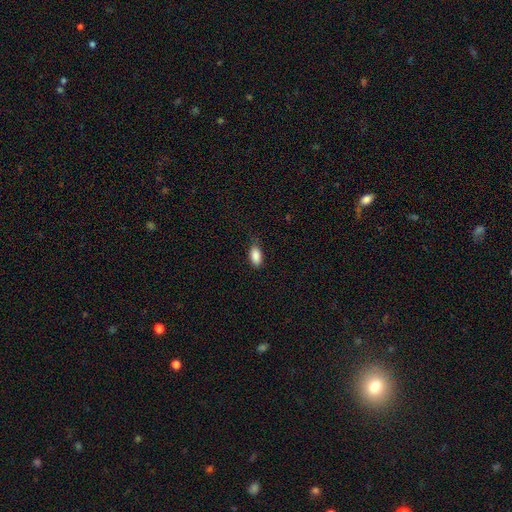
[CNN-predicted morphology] Overall: smooth (88%). How rounded: in between (91%). Merging: none (76%).